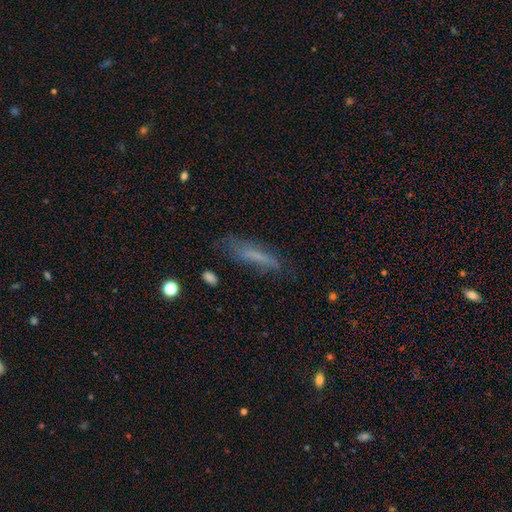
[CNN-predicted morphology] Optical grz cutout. It shows a smooth galaxy with no disk features (61%) that is cigar-shaped (78%). Merging: none (63%).